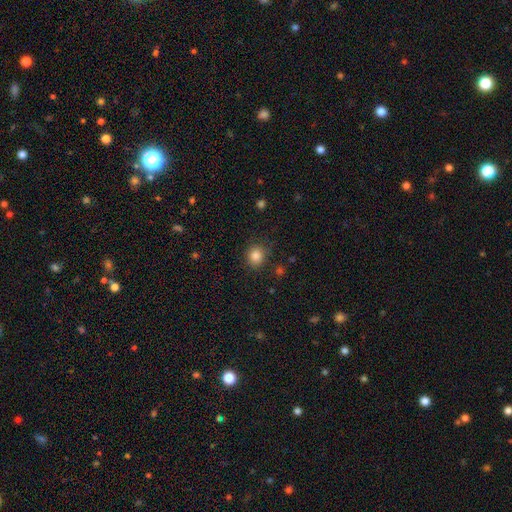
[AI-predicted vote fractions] smooth 84%, star or artifact 11%, featured or disk 5%. Down the decision tree: how rounded — round (82%); merging — none (84%).